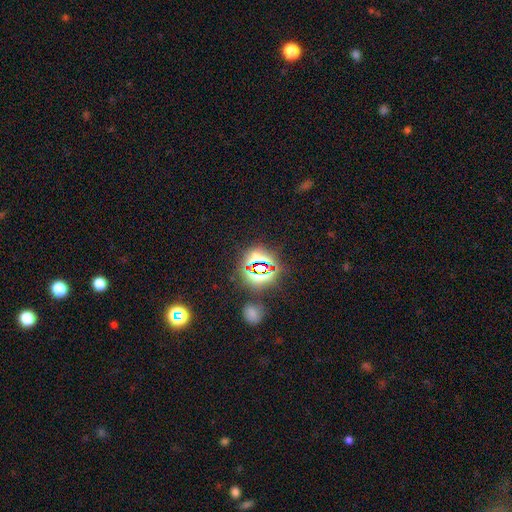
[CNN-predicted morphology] Overall: star or artifact (75%).